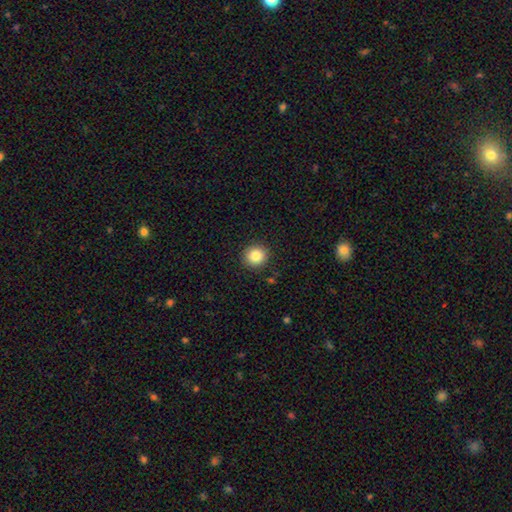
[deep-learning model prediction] Smooth or featured?
  - smooth: 84% *
  - star or artifact: 10%
  - featured or disk: 6%
How rounded?
  - round: 90% *
  - in between: 9%
  - cigar-shaped: 1%
Merging?
  - none: 90% *
  - minor disturbance: 7%
  - major disturbance: 2%
  - merger: 1%